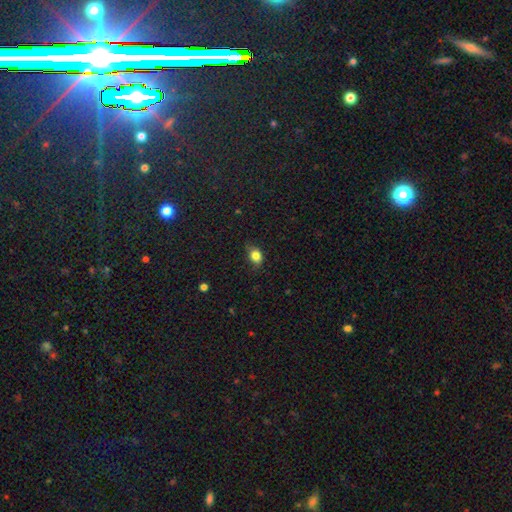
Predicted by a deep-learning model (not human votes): Smooth or featured?
  - smooth: 82% *
  - star or artifact: 11%
  - featured or disk: 7%
How rounded?
  - in between: 61% *
  - round: 38%
  - cigar-shaped: 1%
Merging?
  - none: 72% *
  - minor disturbance: 22%
  - major disturbance: 5%
  - merger: 1%